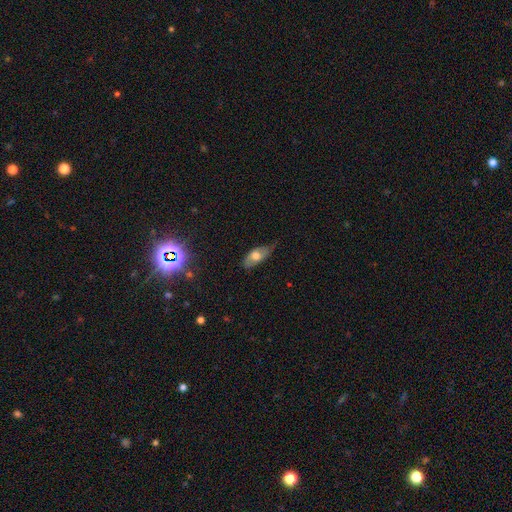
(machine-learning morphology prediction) Q: Smooth or featured?
A: smooth (59%); runner-up: featured or disk (34%)
Q: How rounded?
A: in between (84%); runner-up: cigar-shaped (12%)
Q: Merging?
A: none (60%); runner-up: minor disturbance (31%)